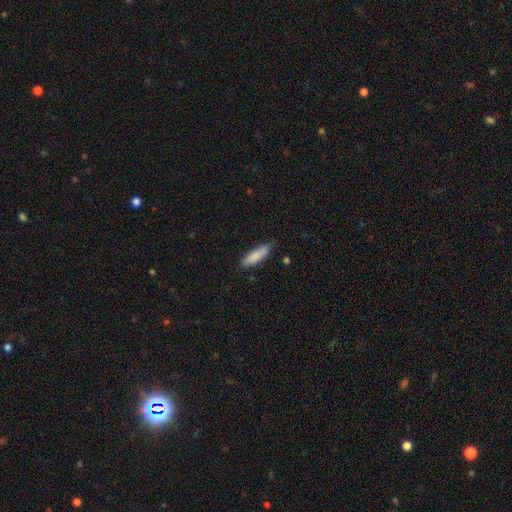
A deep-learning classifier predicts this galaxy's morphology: The model was most divided on "how rounded": cigar-shaped: 60%, in between: 39%, round: 1%. More confident: smooth or featured — smooth (86%); merging — none (78%).